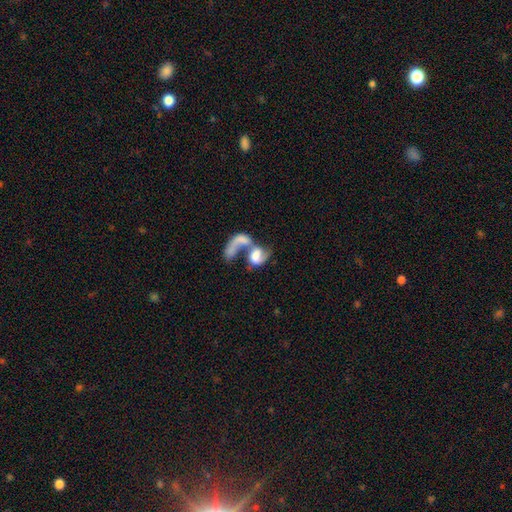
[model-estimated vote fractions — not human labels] A featured or disk galaxy (58%) with no bar (58%), spiral arms (72%) and a large central bulge (30%). Merging: merger (66%).